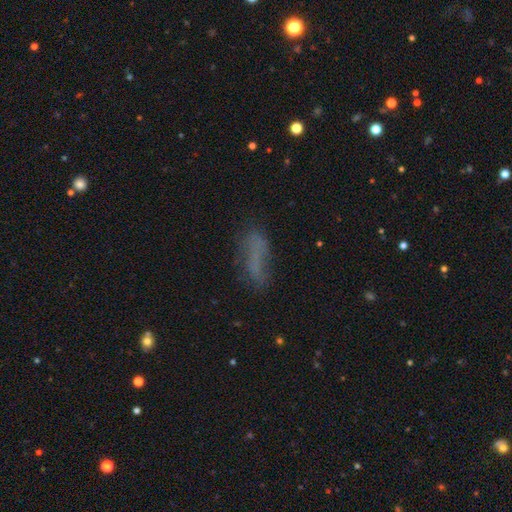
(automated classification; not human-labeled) The model was most divided on "how rounded": in between: 53%, cigar-shaped: 44%, round: 3%. More confident: merging — none (60%); smooth or featured — smooth (57%).